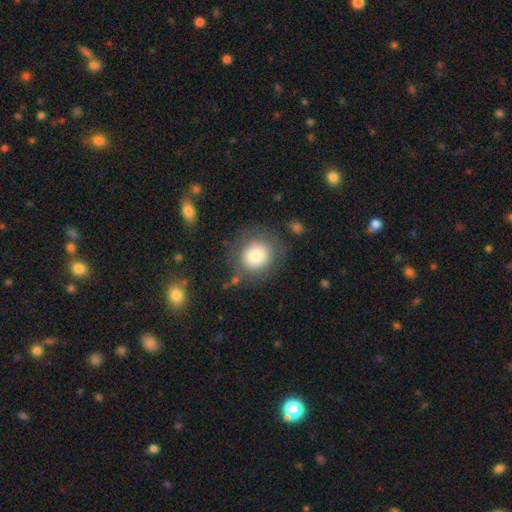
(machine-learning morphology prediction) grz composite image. It shows a smooth galaxy with no disk features (79%) that is round (87%). Merging: none (77%).